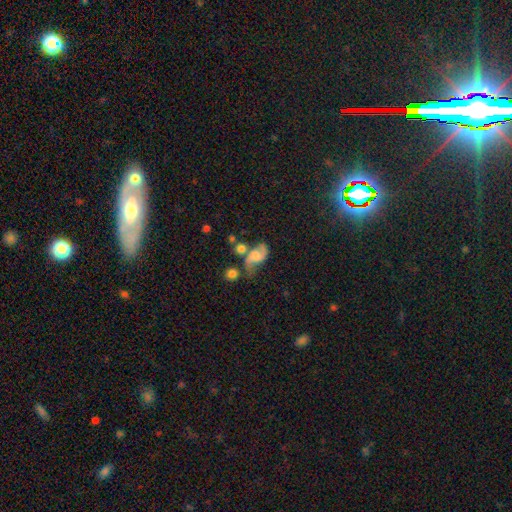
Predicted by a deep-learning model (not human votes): A featured or disk galaxy (69%) with no bar (53%), 2 (90%) loose (62%) spiral arms (91%) and no central bulge (40%).

Vote fractions:
- Smooth or featured? featured or disk: 69% / smooth: 21% / star or artifact: 9%
- Edge-on disk? no: 97% / yes: 3%
- Bar? no: 53% / weak: 38% / strong: 9%
- Spiral arms? yes: 91% / no: 9%
- Spiral winding? loose: 62% / medium: 30% / tight: 8%
- Spiral arm count? 2: 90% / 1: 4% / can't tell: 4% / 3: 1% / 4: 1% / more than 4: 1%
- Bulge size? none: 40% / small: 26% / moderate: 23% / large: 9% / dominant: 3%
- Merging? none: 39% / merger: 23% / minor disturbance: 22% / major disturbance: 16%